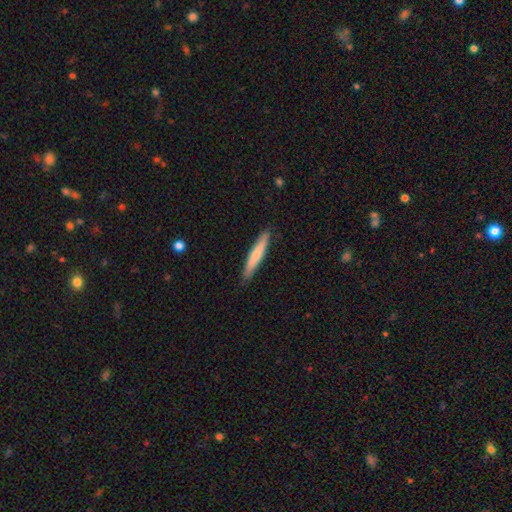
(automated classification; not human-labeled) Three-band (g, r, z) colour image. It shows a smooth galaxy with no disk features (67%) that is cigar-shaped (94%). Merging: none (89%).